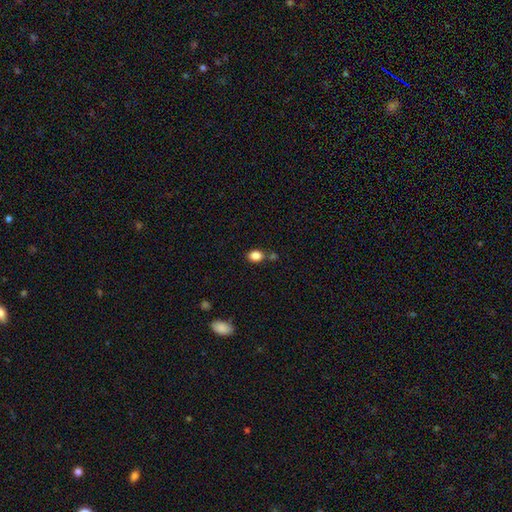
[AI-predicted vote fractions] smooth_or_featured: smooth (p=0.84) [alt: star or artifact p=0.11]
how_rounded: in between (p=0.56) [alt: round p=0.43]
merging: none (p=0.68) [alt: merger p=0.16]